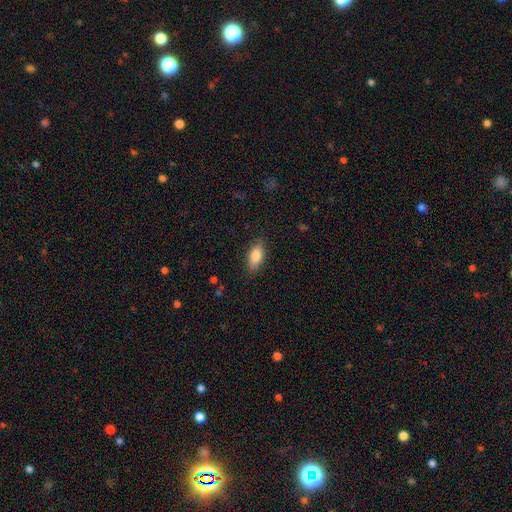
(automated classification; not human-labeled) The model was most divided on "smooth or featured": smooth: 82%, featured or disk: 12%, star or artifact: 7%. More confident: merging — none (85%); how rounded — in between (84%).